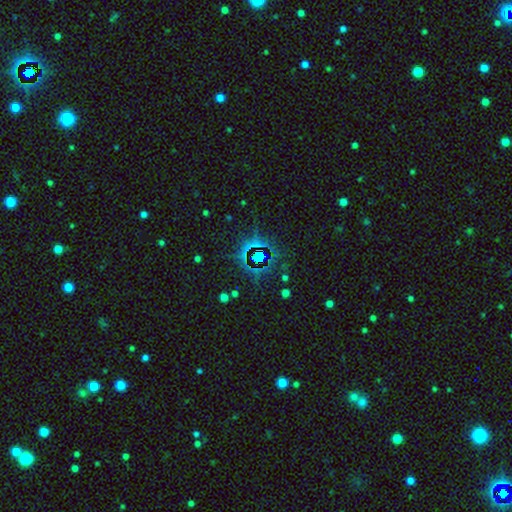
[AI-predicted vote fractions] Smooth or featured: star or artifact — 77% (smooth — 14%)